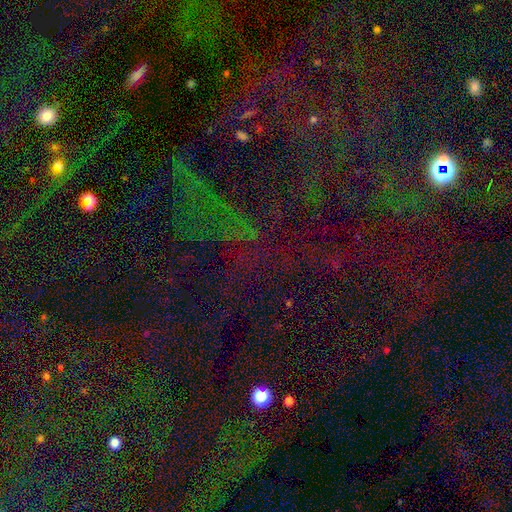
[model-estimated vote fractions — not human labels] Overall: star or artifact (75%).